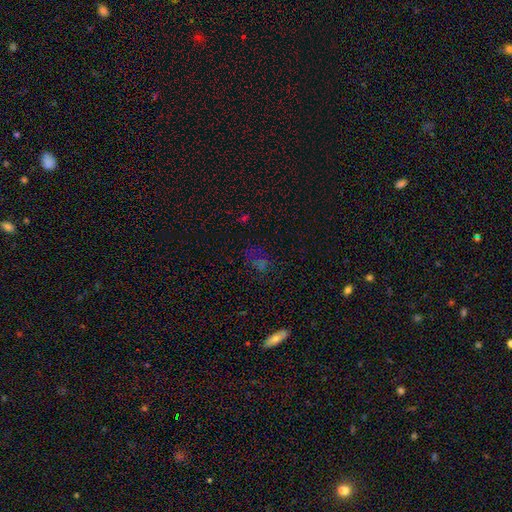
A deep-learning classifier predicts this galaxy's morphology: Smooth or featured? Predicted: star or artifact (p=0.44).